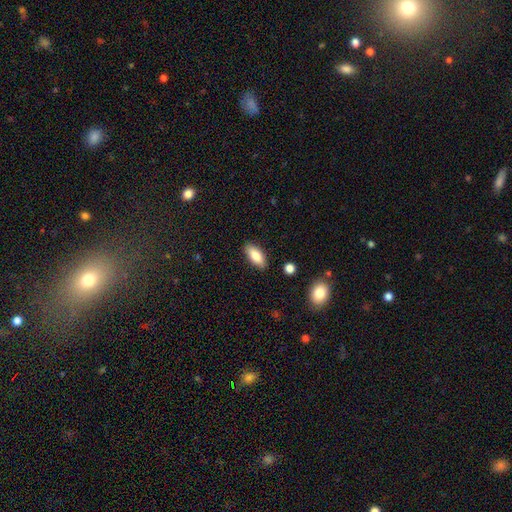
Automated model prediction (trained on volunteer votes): Smooth or featured? Predicted: smooth (p=0.85). How rounded? Predicted: in between (p=0.83). Merging? Predicted: none (p=0.86).